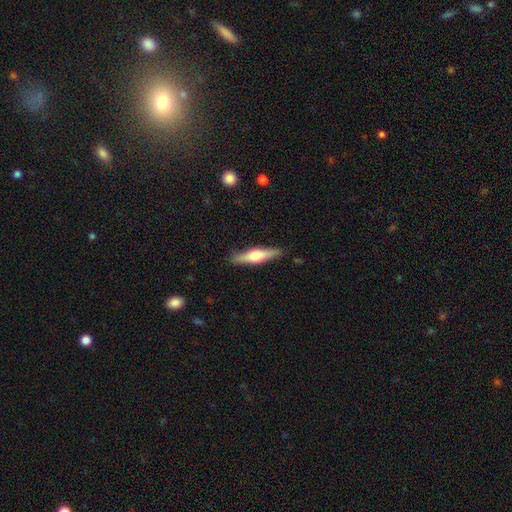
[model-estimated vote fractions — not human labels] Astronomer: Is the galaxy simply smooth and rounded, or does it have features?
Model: featured or disk — 57% (runner-up: smooth, 37%).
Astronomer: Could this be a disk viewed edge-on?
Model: yes — 96%.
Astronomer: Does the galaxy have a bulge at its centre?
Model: rounded — 92%.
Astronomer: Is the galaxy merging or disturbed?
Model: none — 89%.